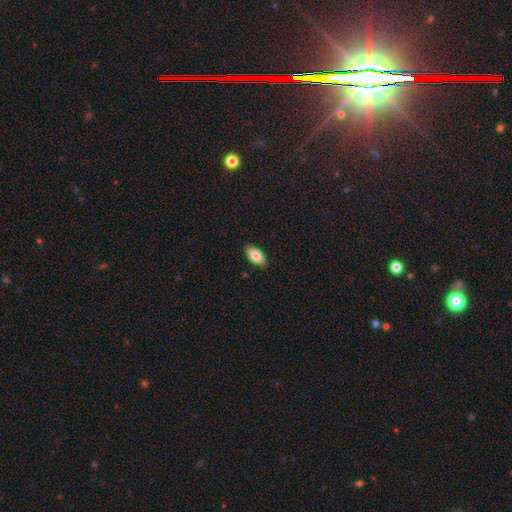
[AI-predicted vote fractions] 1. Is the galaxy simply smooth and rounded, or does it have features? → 83% smooth, 11% featured or disk, 7% star or artifact.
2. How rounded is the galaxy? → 92% in between, 6% cigar-shaped, 3% round.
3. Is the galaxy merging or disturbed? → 88% none, 9% minor disturbance, 2% major disturbance, 1% merger.